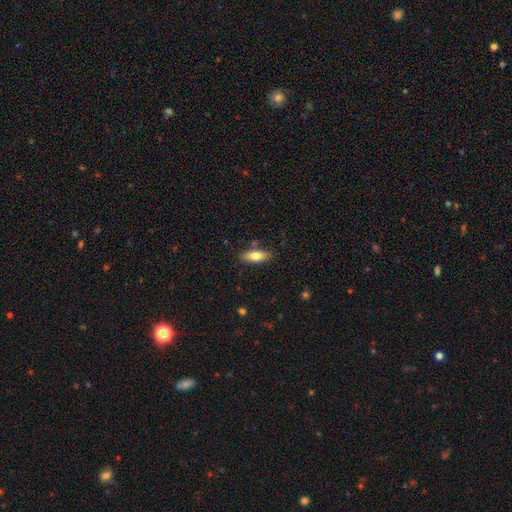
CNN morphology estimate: A smooth galaxy with no disk features (71%) that is in between round and cigar-shaped (68%). Merging: none (81%).